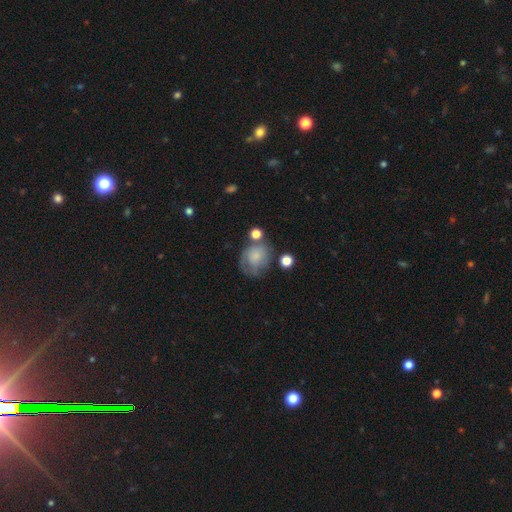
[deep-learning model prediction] The model was most divided on "merging": none: 44%, minor disturbance: 26%, major disturbance: 19%, merger: 11%. More confident: how rounded — round (65%); smooth or featured — smooth (62%).